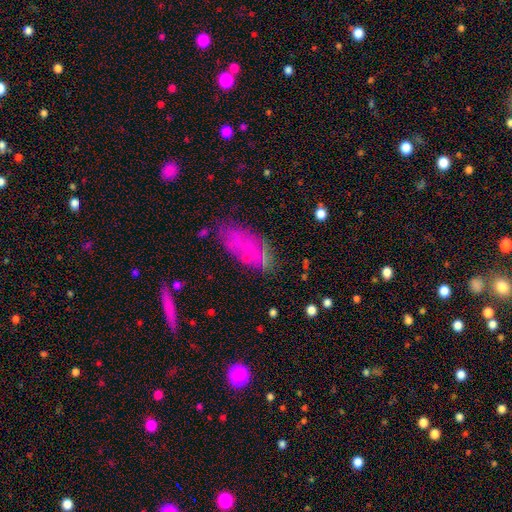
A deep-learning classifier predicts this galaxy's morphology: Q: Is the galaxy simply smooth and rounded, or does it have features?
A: smooth — 51%.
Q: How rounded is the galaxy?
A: in between — 89%.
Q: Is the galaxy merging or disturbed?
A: none — 65%.